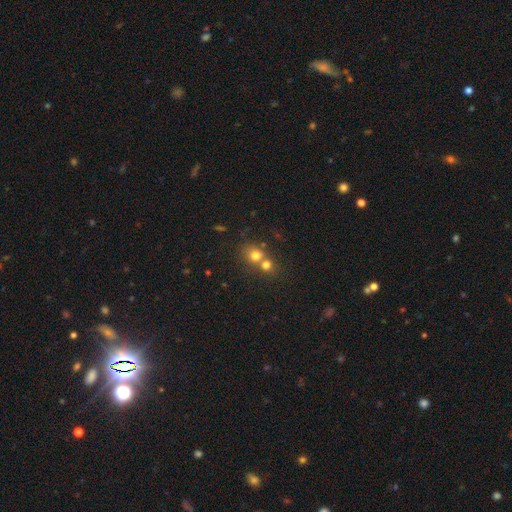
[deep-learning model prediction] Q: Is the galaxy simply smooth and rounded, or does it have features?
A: smooth — 74%.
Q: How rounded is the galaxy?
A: round — 78%.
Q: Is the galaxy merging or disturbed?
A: merger — 56%.